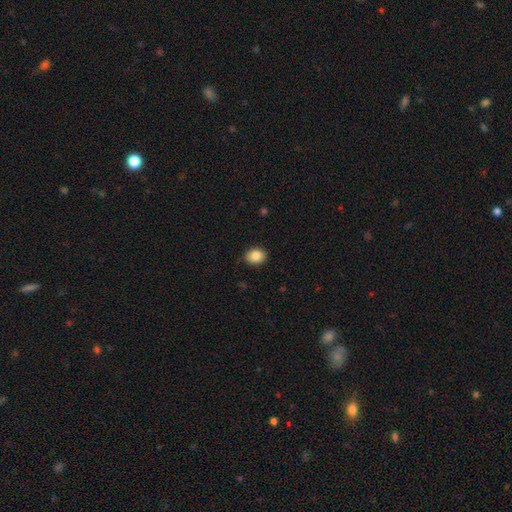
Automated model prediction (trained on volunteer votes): smooth-or-featured: smooth: 85% | star or artifact: 9% | featured or disk: 6%
  how-rounded: round: 53% | in between: 46% | cigar-shaped: 1%
  merging: none: 84% | minor disturbance: 12% | major disturbance: 2% | merger: 1%